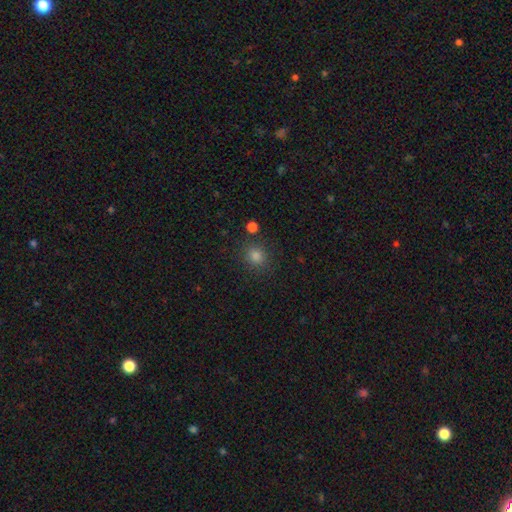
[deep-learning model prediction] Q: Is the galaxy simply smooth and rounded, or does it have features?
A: smooth — 79%.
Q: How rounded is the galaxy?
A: round — 83%.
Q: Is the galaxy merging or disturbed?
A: none — 85%.